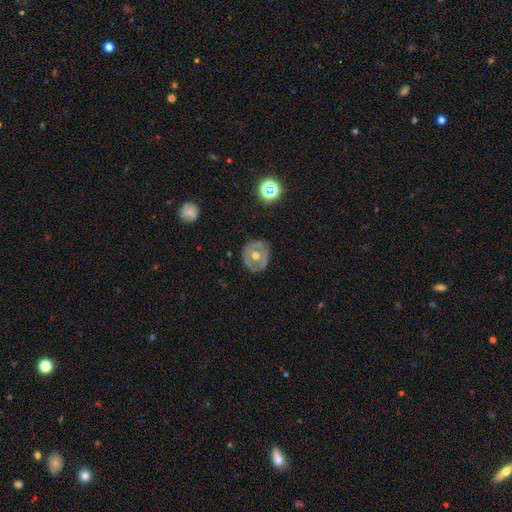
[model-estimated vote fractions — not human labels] Morphology: type=featured or disk (49%); merging=none (80%).